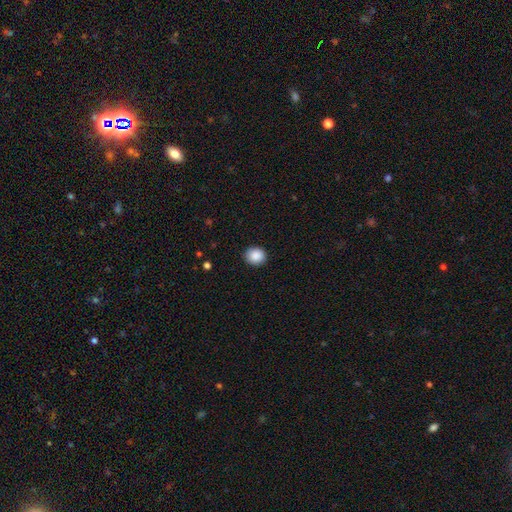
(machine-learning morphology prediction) Smooth or featured? Predicted: smooth (p=0.89). How rounded? Predicted: round (p=0.77). Merging? Predicted: none (p=0.90).